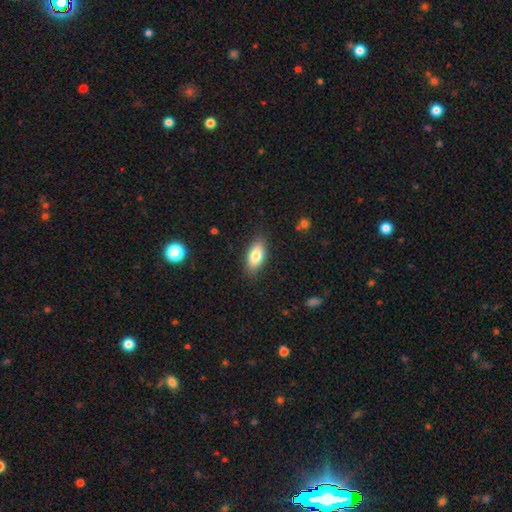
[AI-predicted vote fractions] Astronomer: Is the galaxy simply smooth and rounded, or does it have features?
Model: smooth — 81%.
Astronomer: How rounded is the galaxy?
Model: in between — 86%.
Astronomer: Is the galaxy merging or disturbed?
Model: none — 85%.